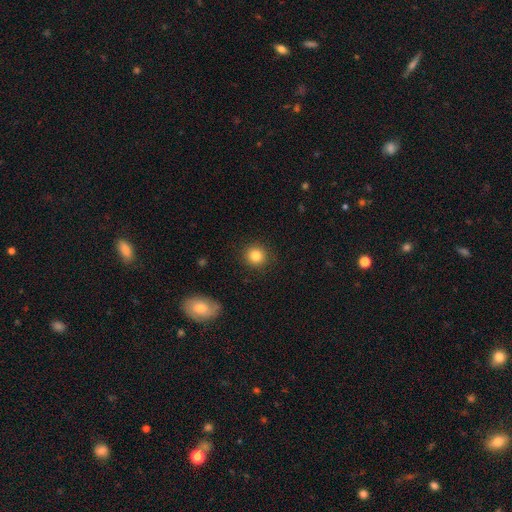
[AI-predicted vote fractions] smooth_or_featured: smooth (p=0.83) [alt: star or artifact p=0.11]
how_rounded: round (p=0.92) [alt: in between p=0.07]
merging: none (p=0.91) [alt: minor disturbance p=0.06]